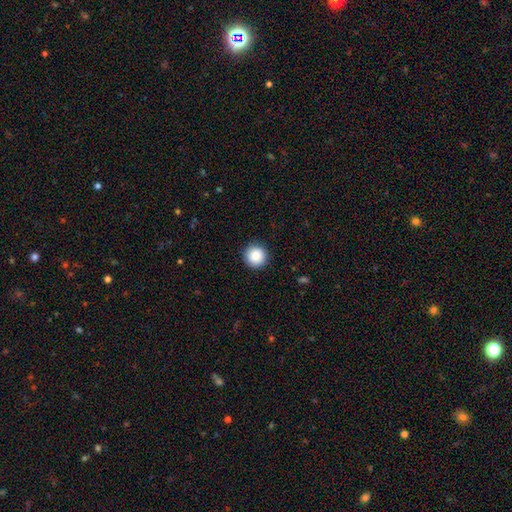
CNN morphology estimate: Smooth or featured?
  - smooth: 88% *
  - star or artifact: 8%
  - featured or disk: 4%
How rounded?
  - round: 96% *
  - in between: 3%
  - cigar-shaped: 1%
Merging?
  - none: 92% *
  - minor disturbance: 6%
  - major disturbance: 2%
  - merger: 1%